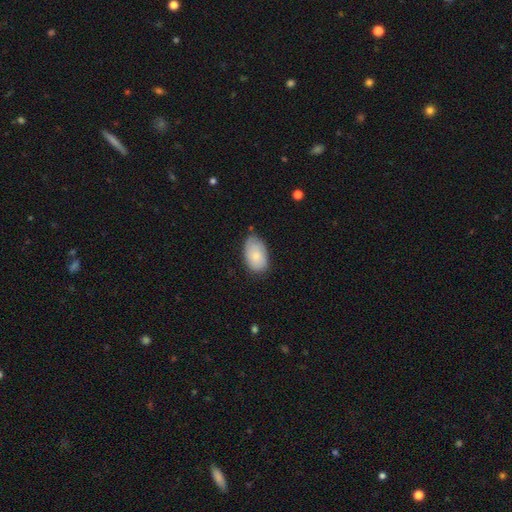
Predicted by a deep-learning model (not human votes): smooth-or-featured: smooth: 74% | featured or disk: 20% | star or artifact: 6%
  how-rounded: in between: 92% | round: 7% | cigar-shaped: 1%
  merging: none: 69% | minor disturbance: 25% | major disturbance: 4% | merger: 2%